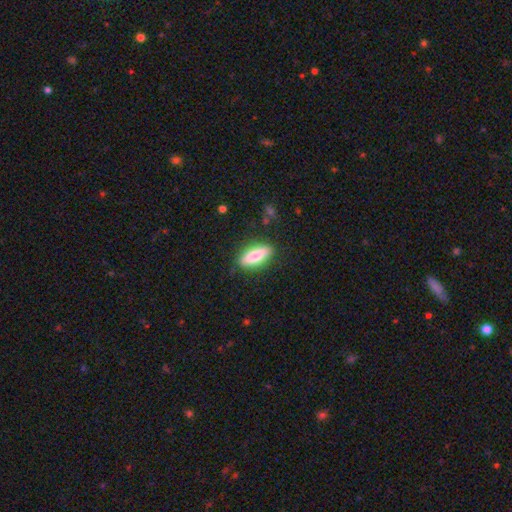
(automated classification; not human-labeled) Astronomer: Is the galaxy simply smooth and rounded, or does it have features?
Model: smooth — 72%.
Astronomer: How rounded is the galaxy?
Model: in between — 61% (runner-up: cigar-shaped, 37%).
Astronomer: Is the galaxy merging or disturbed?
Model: none — 86%.